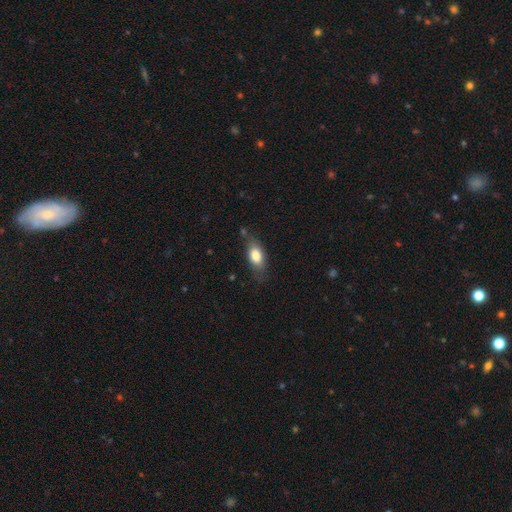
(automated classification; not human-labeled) A smooth galaxy with no disk features (78%) that is in between round and cigar-shaped (82%).

Vote fractions:
- Smooth or featured? smooth: 78% / featured or disk: 15% / star or artifact: 7%
- How rounded? in between: 82% / cigar-shaped: 12% / round: 5%
- Merging? none: 69% / minor disturbance: 22% / major disturbance: 6% / merger: 3%